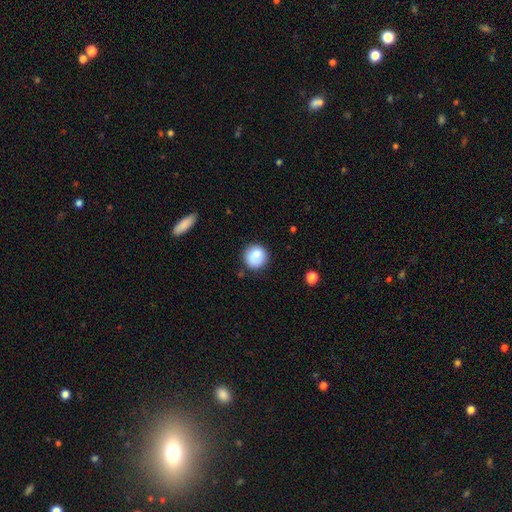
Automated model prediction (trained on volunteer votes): A smooth galaxy with no disk features (83%) that is round (92%).

Vote fractions:
- Smooth or featured? smooth: 83% / star or artifact: 9% / featured or disk: 8%
- How rounded? round: 92% / in between: 7% / cigar-shaped: 1%
- Merging? none: 80% / minor disturbance: 14% / merger: 3% / major disturbance: 3%